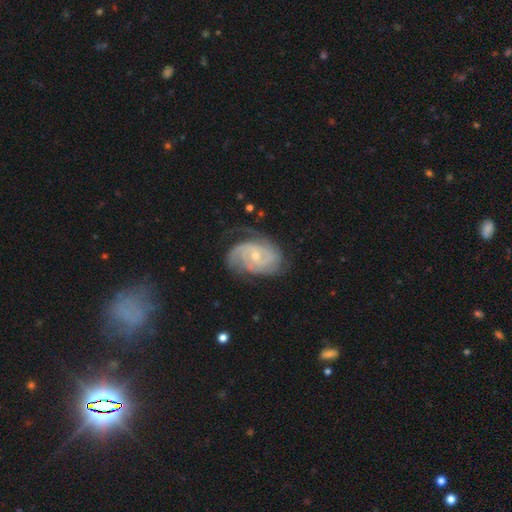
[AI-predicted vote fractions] This is clearly a featured or disk galaxy (90%). It is clearly not viewed edge-on (97%). Bar: possibly no (56%). Spiral arm pattern: clearly yes (98%). Spiral arm count: marginally 2 (34%). Spiral winding: likely tight (62%). Central bulge: likely small (65%). Merging: likely none (68%).